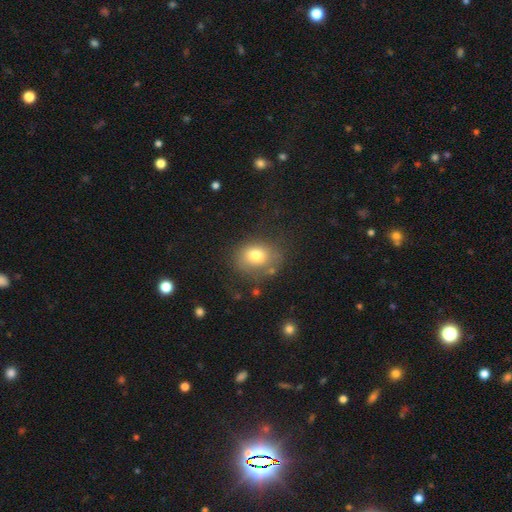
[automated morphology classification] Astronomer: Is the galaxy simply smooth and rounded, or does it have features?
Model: smooth — 75%.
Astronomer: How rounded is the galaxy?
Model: round — 53% (runner-up: in between, 46%).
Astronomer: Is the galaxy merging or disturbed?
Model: none — 67%.